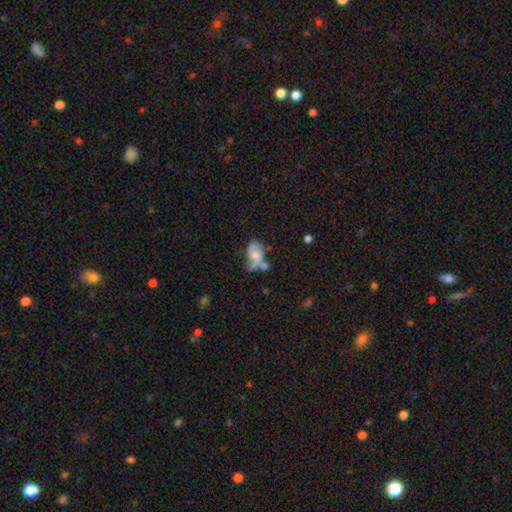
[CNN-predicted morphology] type=featured or disk (46%); merging=merger (29%).